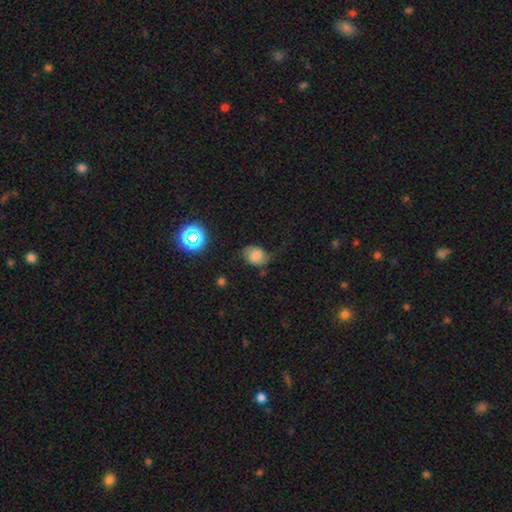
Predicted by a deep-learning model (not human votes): A smooth galaxy with no disk features (56%) that is in between round and cigar-shaped (54%). Merging: none (46%).